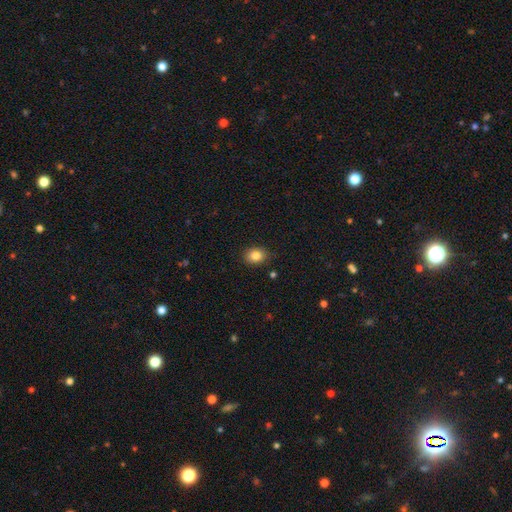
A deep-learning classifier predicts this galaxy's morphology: Smooth or featured?
  - smooth: 84% *
  - star or artifact: 10%
  - featured or disk: 7%
How rounded?
  - in between: 58% *
  - round: 42%
  - cigar-shaped: 1%
Merging?
  - none: 86% *
  - minor disturbance: 10%
  - major disturbance: 2%
  - merger: 1%